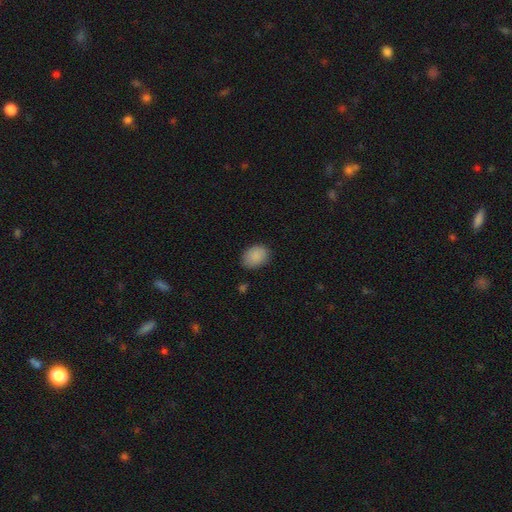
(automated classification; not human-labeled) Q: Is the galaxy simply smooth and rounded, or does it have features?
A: smooth — 88%.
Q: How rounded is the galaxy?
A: in between — 71%.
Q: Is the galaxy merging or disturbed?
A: none — 82%.